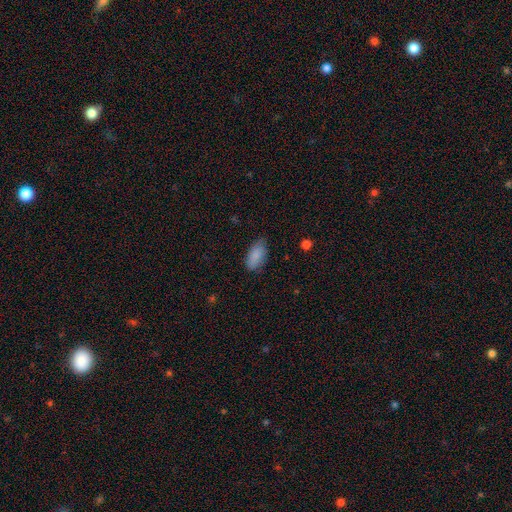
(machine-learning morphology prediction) Smooth or featured? smooth (88%)
How rounded? in between (92%)
Merging? none (77%)